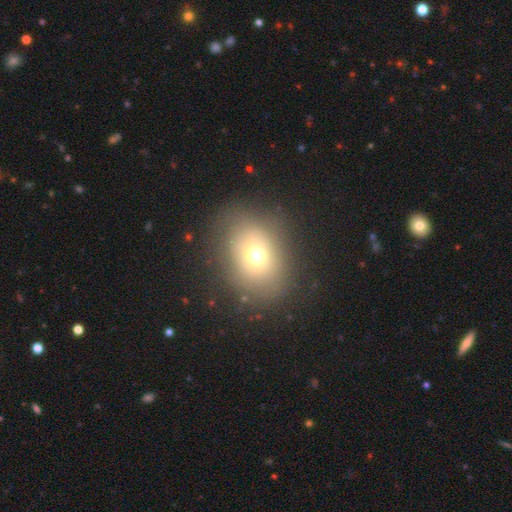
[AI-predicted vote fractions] This appears to be a smooth galaxy with no disk features (67%) that is in between round and cigar-shaped (52%). Merging: none (76%).